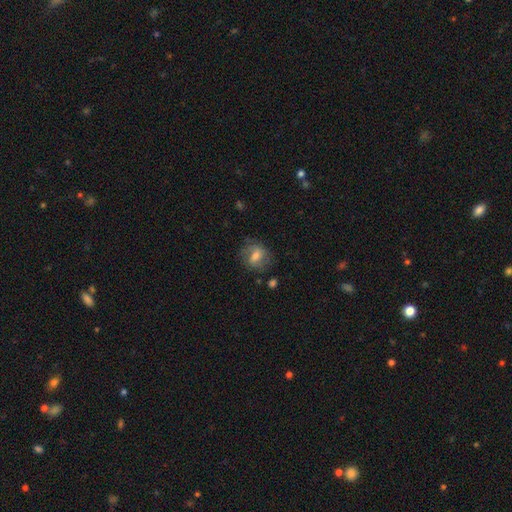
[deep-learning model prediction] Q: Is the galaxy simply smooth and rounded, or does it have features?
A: smooth — 53%.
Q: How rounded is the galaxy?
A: round — 54%.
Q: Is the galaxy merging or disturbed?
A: none — 67%.